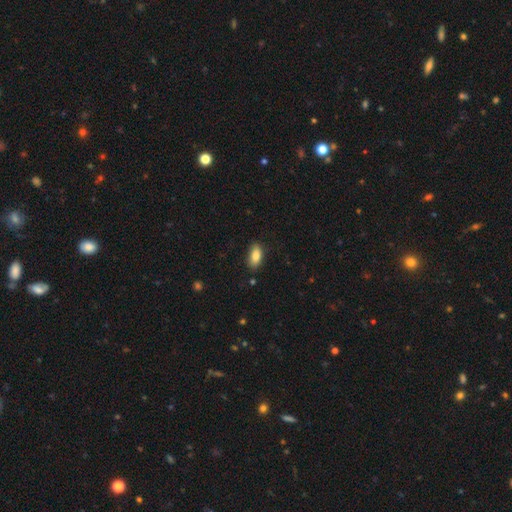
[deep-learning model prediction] Smooth or featured? Predicted: smooth (p=0.86). How rounded? Predicted: in between (p=0.89). Merging? Predicted: none (p=0.82).